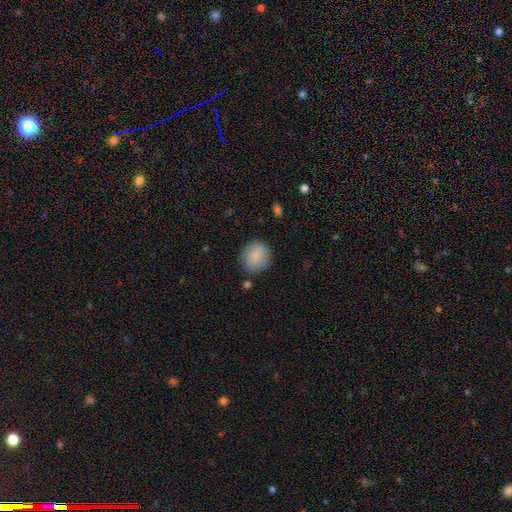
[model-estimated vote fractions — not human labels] Smooth or featured? Predicted: smooth (p=0.87). How rounded? Predicted: round (p=0.81). Merging? Predicted: none (p=0.81).